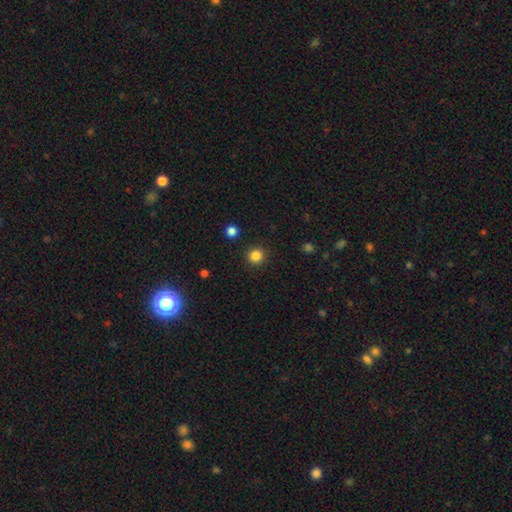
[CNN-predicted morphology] smooth_or_featured: smooth (p=0.84) [alt: star or artifact p=0.12]
how_rounded: round (p=0.93) [alt: in between p=0.07]
merging: none (p=0.91) [alt: minor disturbance p=0.05]